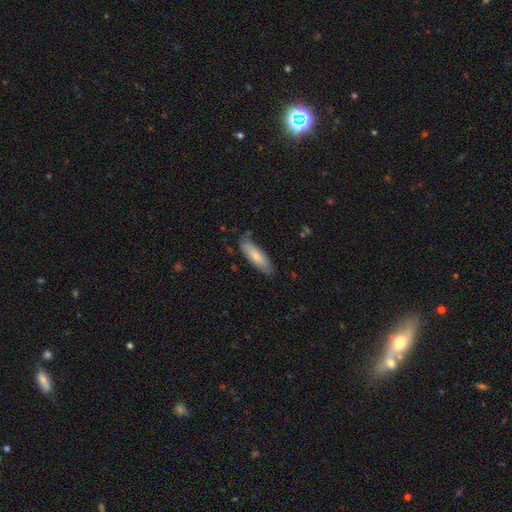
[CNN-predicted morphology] Q: Smooth or featured?
A: smooth (76%); runner-up: featured or disk (18%)
Q: How rounded?
A: cigar-shaped (50%); runner-up: in between (48%)
Q: Merging?
A: none (75%); runner-up: minor disturbance (19%)